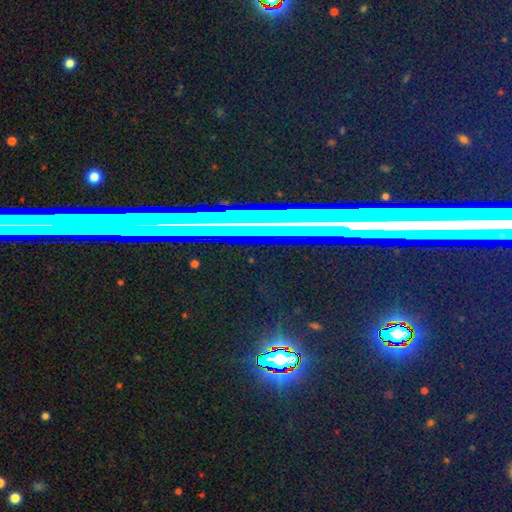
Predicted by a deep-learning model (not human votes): smooth_or_featured: star or artifact (p=0.69) [alt: featured or disk p=0.17]